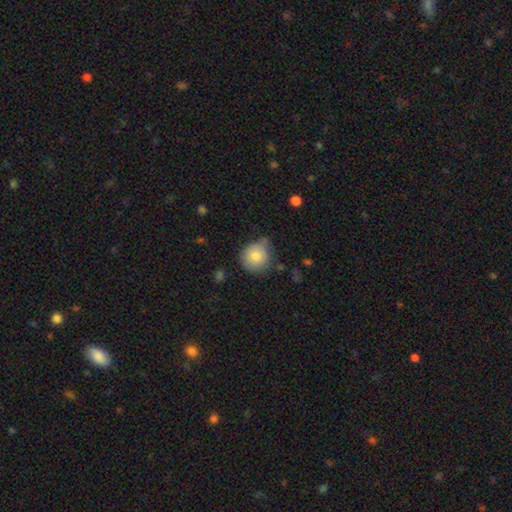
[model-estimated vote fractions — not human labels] The model was most divided on "merging": none: 61%, minor disturbance: 29%, major disturbance: 6%, merger: 4%. More confident: how rounded — round (85%); smooth or featured — smooth (80%).